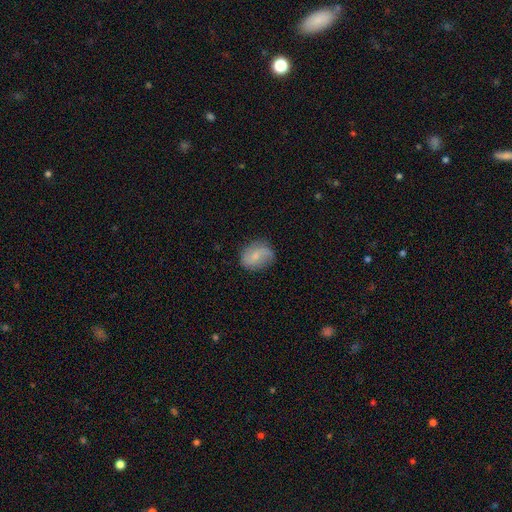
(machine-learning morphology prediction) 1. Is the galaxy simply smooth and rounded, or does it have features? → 55% smooth, 38% featured or disk, 8% star or artifact.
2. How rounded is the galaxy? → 58% in between, 40% round, 2% cigar-shaped.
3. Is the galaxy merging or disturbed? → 72% none, 21% minor disturbance, 6% major disturbance, 1% merger.